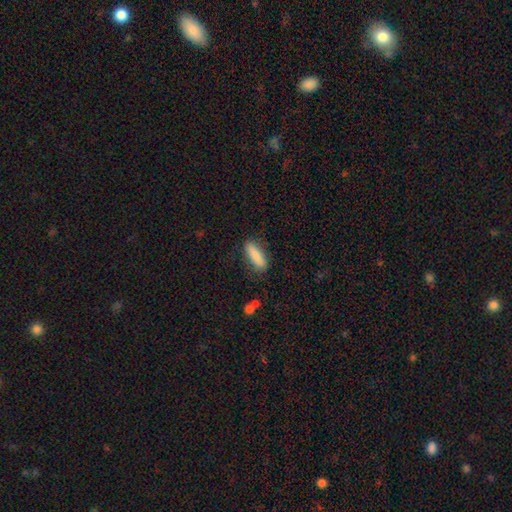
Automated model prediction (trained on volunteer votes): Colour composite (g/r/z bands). It shows a smooth galaxy with no disk features (83%) that is cigar-shaped (52%). Merging: none (82%).